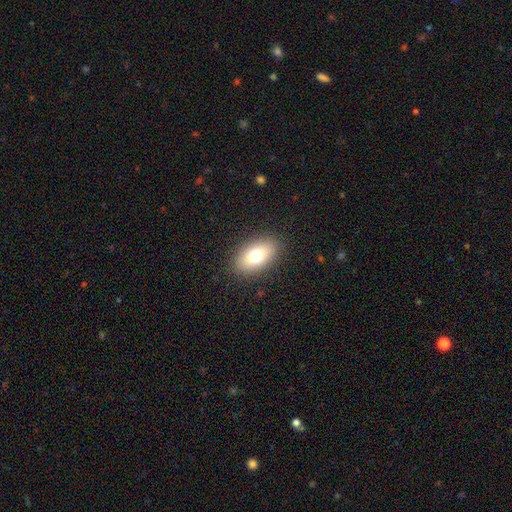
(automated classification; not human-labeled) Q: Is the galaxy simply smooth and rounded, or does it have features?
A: smooth — 74%.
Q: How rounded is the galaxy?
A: in between — 90%.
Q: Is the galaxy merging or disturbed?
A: none — 88%.